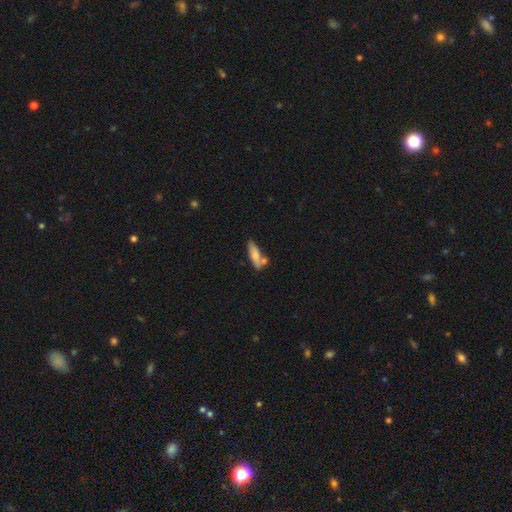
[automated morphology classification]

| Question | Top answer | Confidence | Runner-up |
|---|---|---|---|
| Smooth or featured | smooth | 73% | featured or disk (21%) |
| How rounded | cigar-shaped | 49% | tied: in between (49%) |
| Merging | none | 54% | merger (23%) |